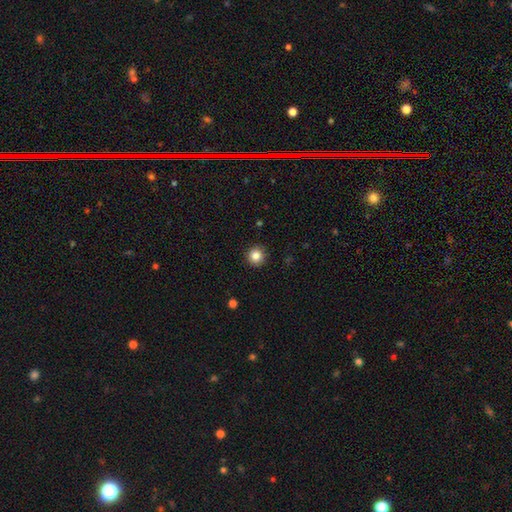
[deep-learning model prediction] smooth 84%, star or artifact 10%, featured or disk 5%. Down the decision tree: how rounded — round (95%); merging — none (92%).